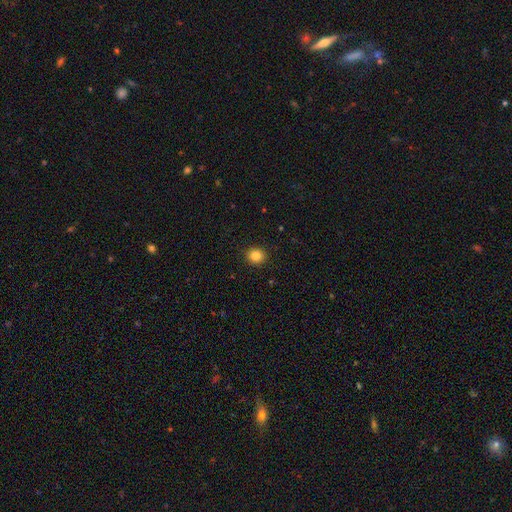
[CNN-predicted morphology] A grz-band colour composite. It shows a smooth galaxy with no disk features (84%) that is round (86%). Merging: none (92%).